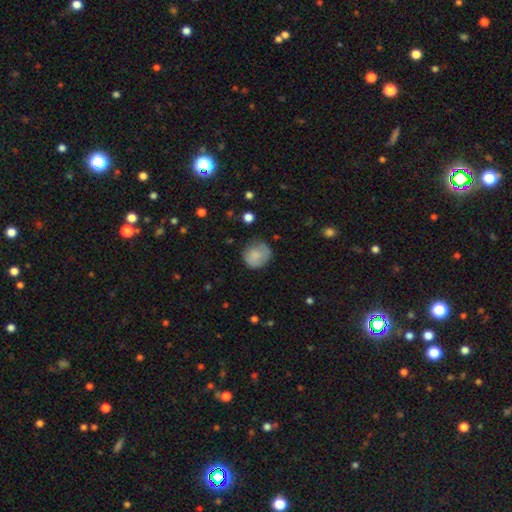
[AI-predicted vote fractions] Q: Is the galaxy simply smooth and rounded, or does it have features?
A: smooth — 79%.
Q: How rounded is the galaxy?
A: round — 82%.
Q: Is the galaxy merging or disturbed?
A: none — 62%.